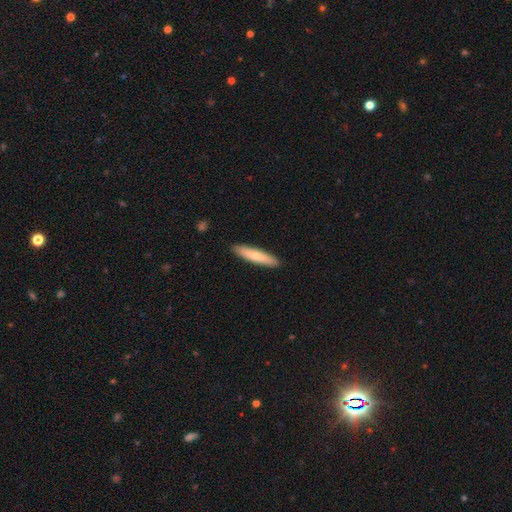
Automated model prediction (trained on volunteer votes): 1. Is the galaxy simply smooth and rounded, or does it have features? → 70% smooth, 25% featured or disk, 5% star or artifact.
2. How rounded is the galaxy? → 87% cigar-shaped, 11% in between, 1% round.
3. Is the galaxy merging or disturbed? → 91% none, 7% minor disturbance, 1% major disturbance, 1% merger.